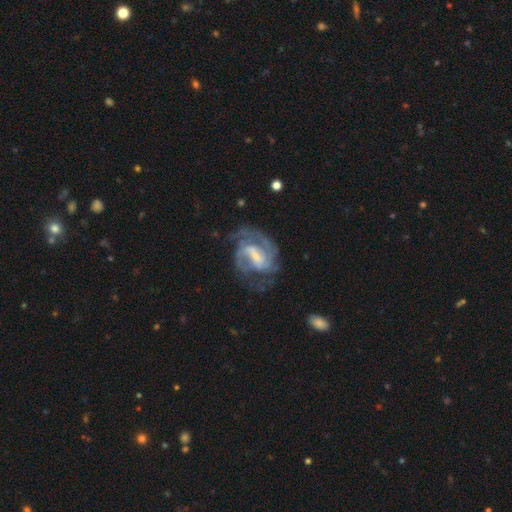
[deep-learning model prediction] Overall: featured or disk (87%). Edge-on disk: no (97%). Bar: weak (48%; strong 35%). Spiral arms: yes (94%). Spiral arm count: 2 (47%; can't tell 20%). Spiral winding: medium (48%; tight 36%). Bulge size: small (56%; moderate 30%). Merging: none (56%; major disturbance 22%).